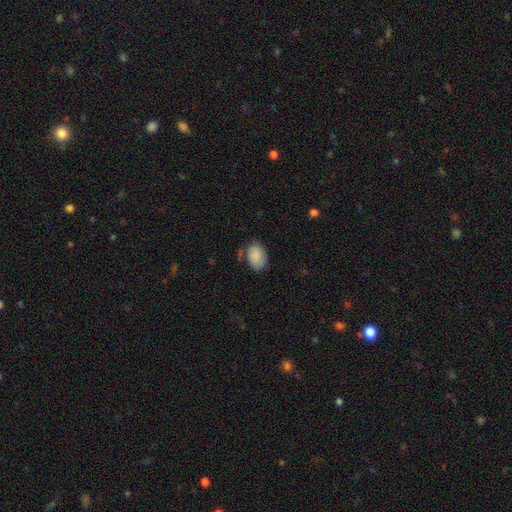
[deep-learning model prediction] This appears to be a smooth galaxy with no disk features (85%) that is in between round and cigar-shaped (85%). Merging: none (64%).